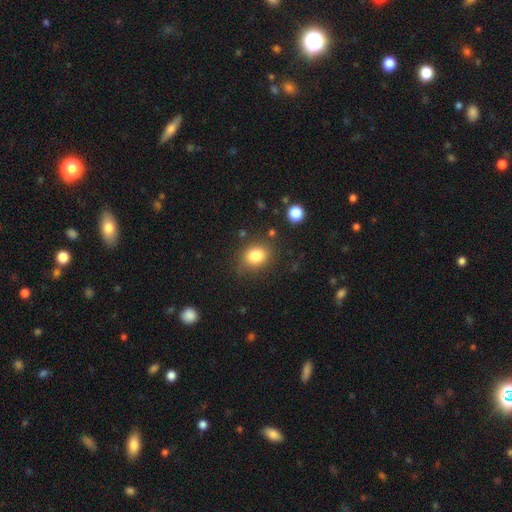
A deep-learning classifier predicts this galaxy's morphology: The model was most divided on "how rounded": in between: 51%, round: 48%, cigar-shaped: 1%. More confident: smooth or featured — smooth (83%); merging — none (80%).